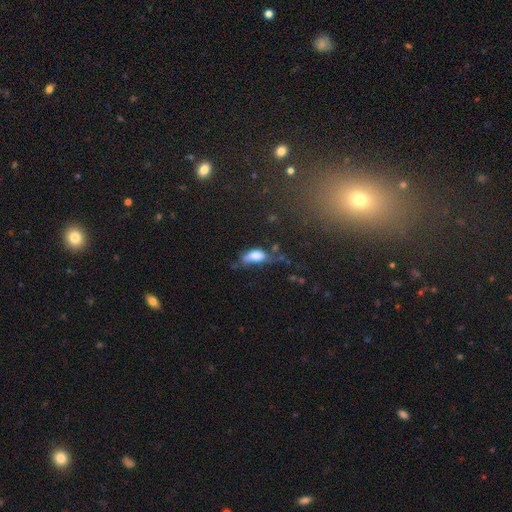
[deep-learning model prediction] Q: Smooth or featured?
A: smooth (65%); runner-up: featured or disk (25%)
Q: How rounded?
A: in between (82%); runner-up: cigar-shaped (12%)
Q: Merging?
A: minor disturbance (33%); runner-up: none (32%)